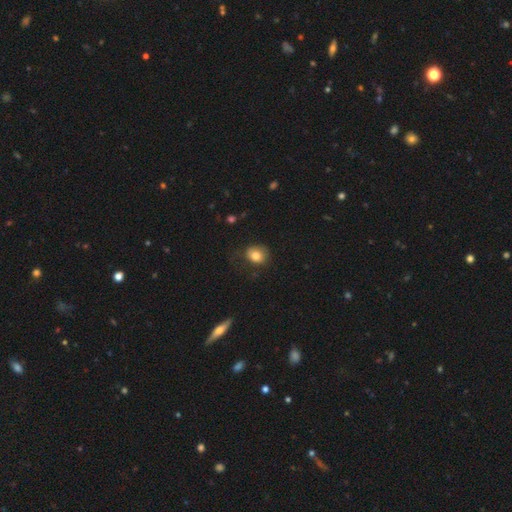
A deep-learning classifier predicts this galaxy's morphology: A smooth galaxy with no disk features (80%) that is round (60%).

Vote fractions:
- Smooth or featured? smooth: 80% / featured or disk: 10% / star or artifact: 10%
- How rounded? round: 60% / in between: 39% / cigar-shaped: 1%
- Merging? none: 66% / minor disturbance: 22% / major disturbance: 10% / merger: 2%